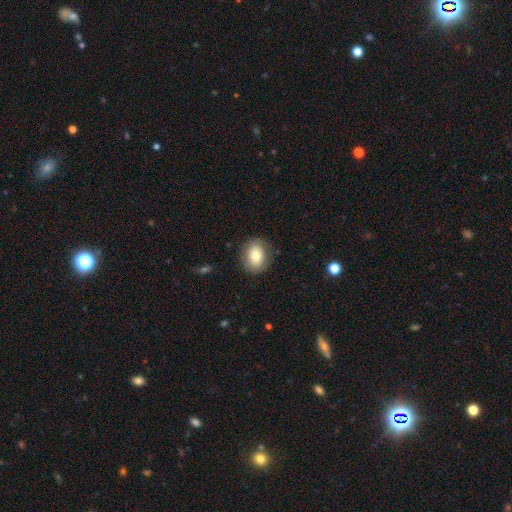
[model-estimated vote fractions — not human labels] Smooth or featured? smooth (74%)
How rounded? in between (59%)
Merging? none (83%)